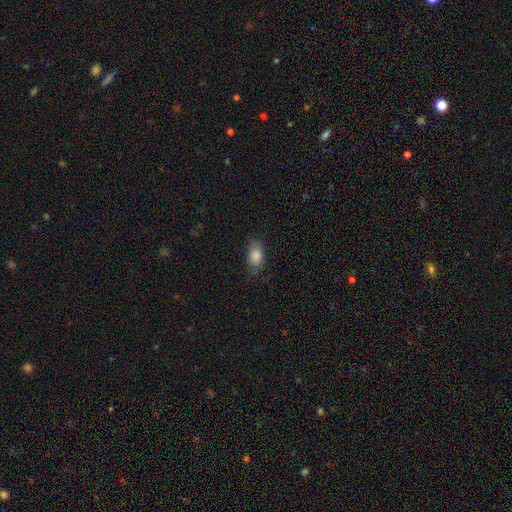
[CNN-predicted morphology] smooth_or_featured: smooth (p=0.85) [alt: star or artifact p=0.08]
how_rounded: in between (p=0.86) [alt: round p=0.10]
merging: none (p=0.75) [alt: minor disturbance p=0.19]